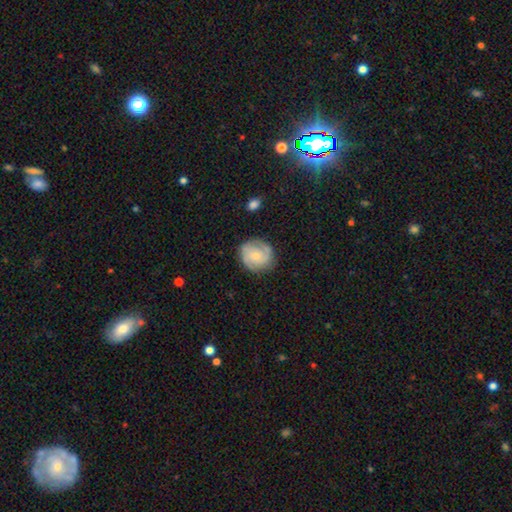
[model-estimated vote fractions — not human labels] Smooth or featured: featured or disk — 59% (smooth — 35%)
Edge-on disk: no — 98% (yes — 2%)
Bar: no — 71% (weak — 25%)
Spiral arms: yes — 87% (no — 13%)
Bulge size: small — 66% (moderate — 27%)
Merging: none — 77% (minor disturbance — 16%)